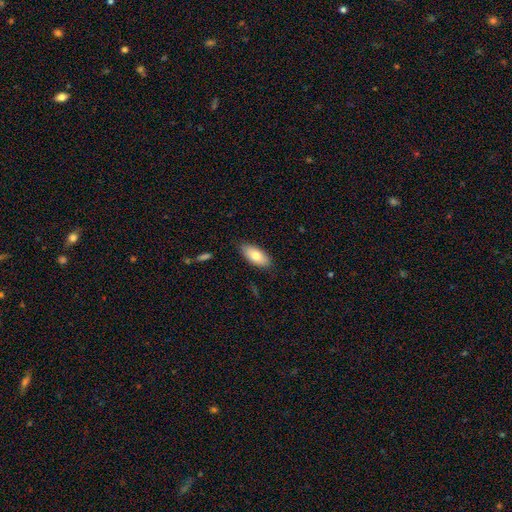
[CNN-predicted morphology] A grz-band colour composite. It shows a smooth galaxy with no disk features (79%) that is in between round and cigar-shaped (89%). Merging: none (84%).